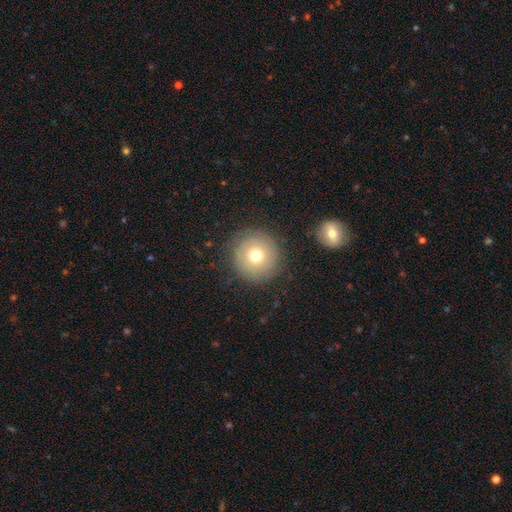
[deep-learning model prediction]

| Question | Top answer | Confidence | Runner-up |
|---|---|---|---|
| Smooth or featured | smooth | 70% | featured or disk (18%) |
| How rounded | round | 96% | in between (3%) |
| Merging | none | 85% | minor disturbance (9%) |